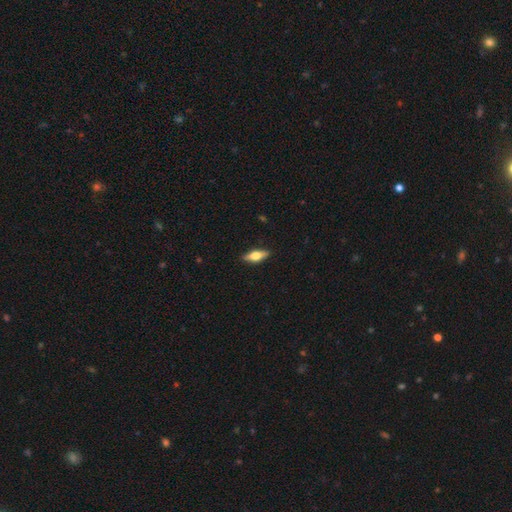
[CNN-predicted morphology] Smooth or featured: smooth — 51% (featured or disk — 43%)
How rounded: in between — 61% (cigar-shaped — 35%)
Merging: none — 89% (minor disturbance — 8%)